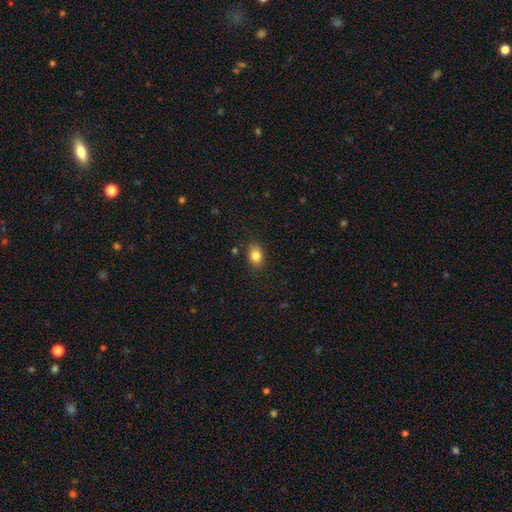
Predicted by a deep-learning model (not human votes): smooth 84%, star or artifact 10%, featured or disk 7%. Down the decision tree: how rounded — in between (68%); merging — none (83%).